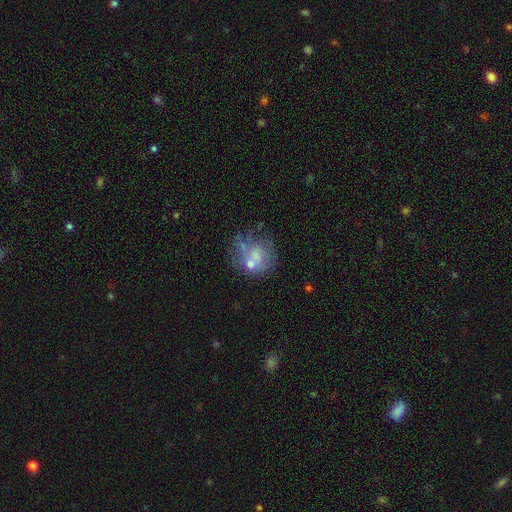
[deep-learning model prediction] This is possibly a featured or disk galaxy (48%). Merging: marginally none (37%).